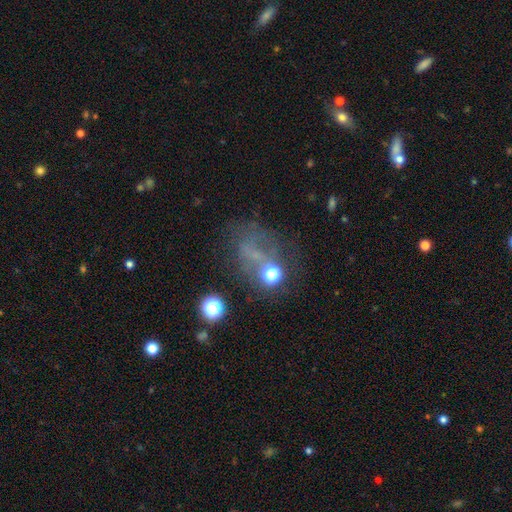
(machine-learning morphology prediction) smooth-or-featured: star or artifact: 37% | smooth: 33% | featured or disk: 30%